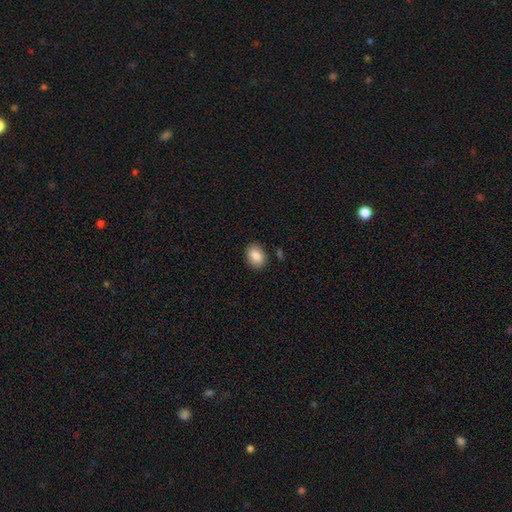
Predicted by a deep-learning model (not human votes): Morphology: type=smooth (86%); roundness=in between (70%); merging=none (87%).